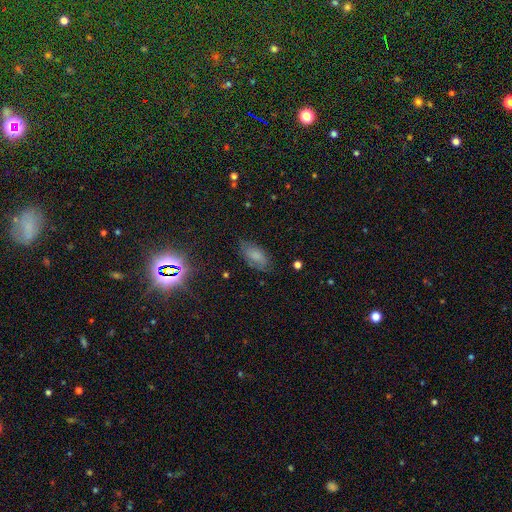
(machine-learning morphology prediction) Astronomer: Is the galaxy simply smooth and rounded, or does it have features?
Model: smooth — 69%.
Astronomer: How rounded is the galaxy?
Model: in between — 90%.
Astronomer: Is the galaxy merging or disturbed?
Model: none — 73%.